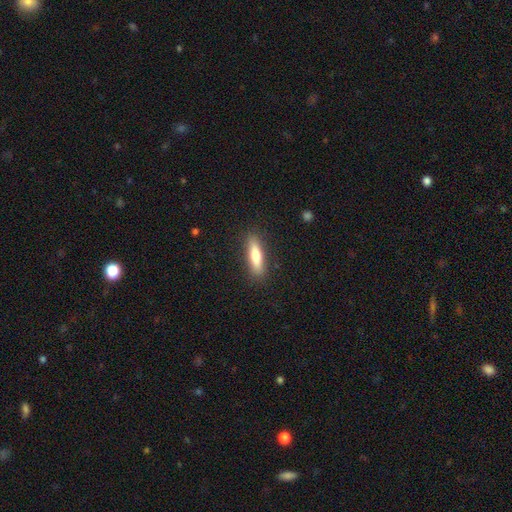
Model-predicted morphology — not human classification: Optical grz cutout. It shows a smooth galaxy with no disk features (74%) that is cigar-shaped (71%). Merging: none (87%).